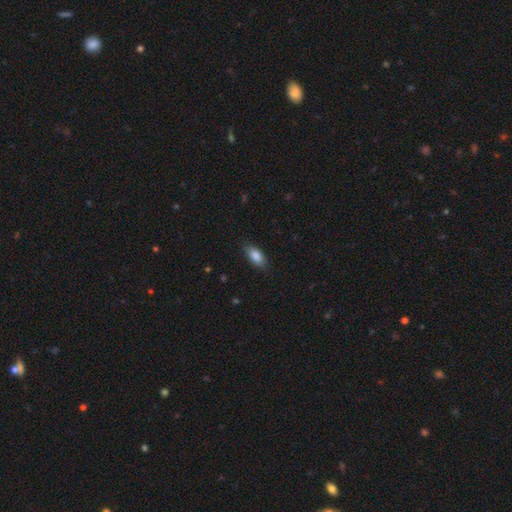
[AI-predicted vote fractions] Smooth or featured? Predicted: smooth (p=0.85). How rounded? Predicted: in between (p=0.87). Merging? Predicted: none (p=0.83).